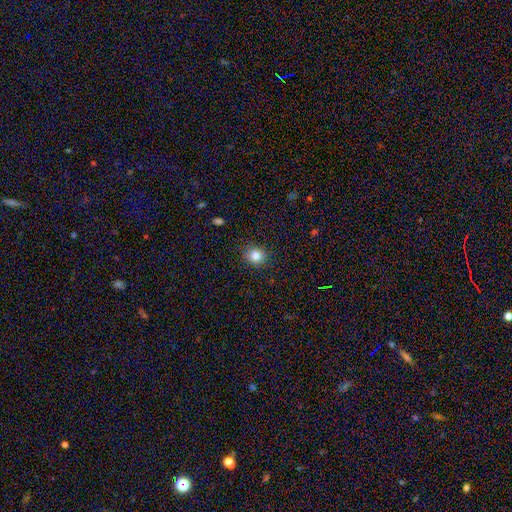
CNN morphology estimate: Smooth or featured: smooth — 84% (star or artifact — 11%)
How rounded: round — 74% (in between — 25%)
Merging: none — 87% (minor disturbance — 10%)